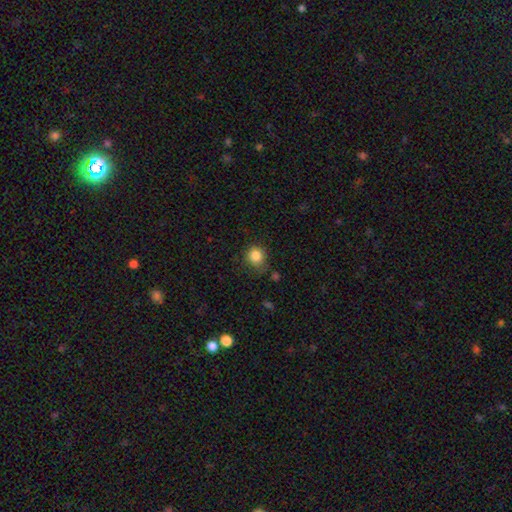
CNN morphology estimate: Smooth or featured? smooth (85%)
How rounded? round (81%)
Merging? none (70%)